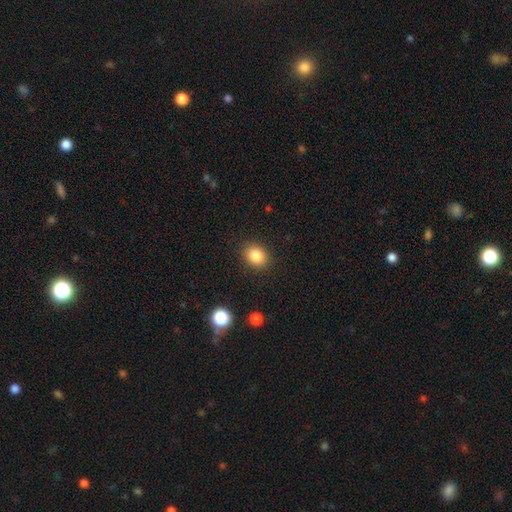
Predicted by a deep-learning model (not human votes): Smooth or featured? Predicted: smooth (p=0.84). How rounded? Predicted: round (p=0.57). Merging? Predicted: none (p=0.89).